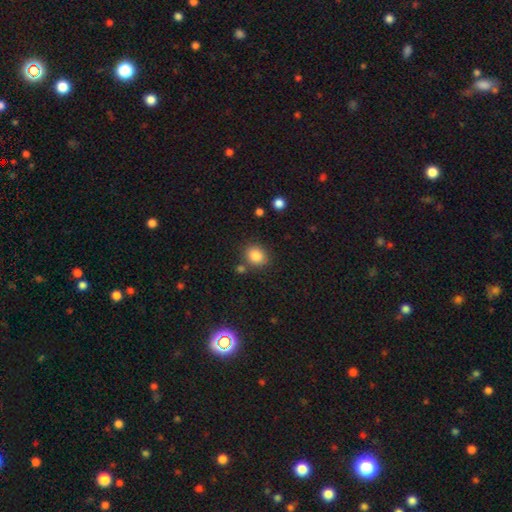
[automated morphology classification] Smooth or featured? smooth (85%)
How rounded? round (68%)
Merging? none (78%)